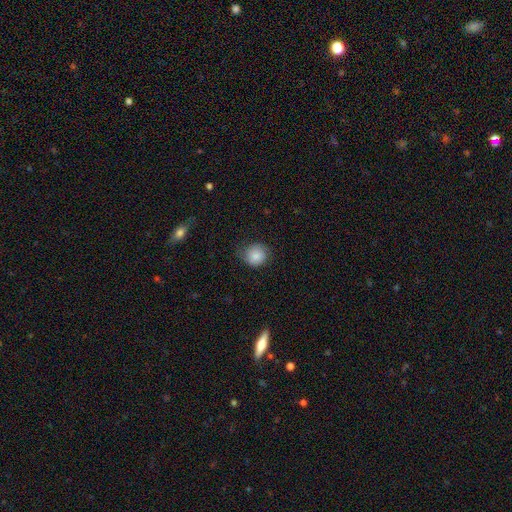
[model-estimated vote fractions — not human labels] Morphology: type=smooth (83%); roundness=round (87%); merging=none (69%).